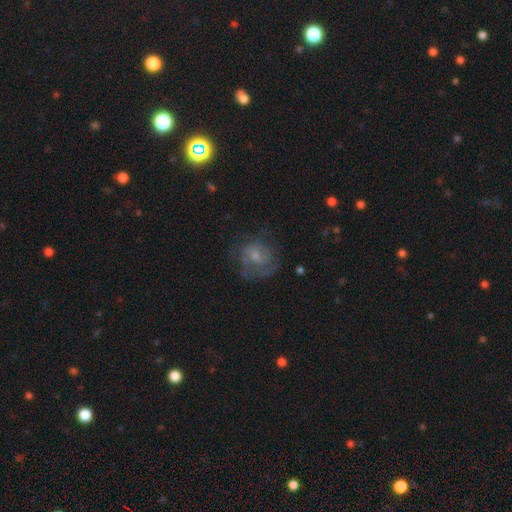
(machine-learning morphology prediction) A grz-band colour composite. It shows a featured or disk galaxy (55%) with no bar (58%), spiral arms (72%) and a small central bulge (48%). Merging: none (58%).